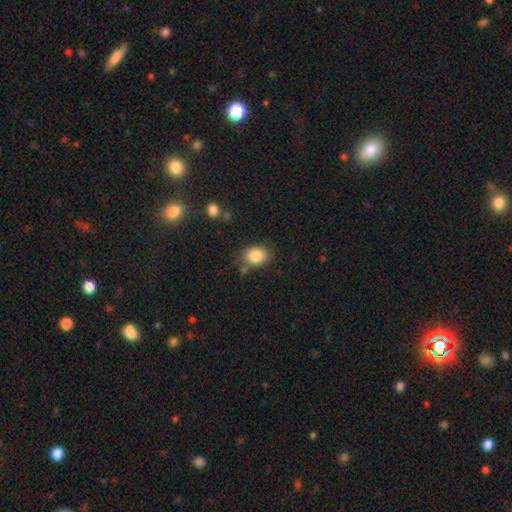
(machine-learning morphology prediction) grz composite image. It shows a smooth galaxy with no disk features (84%) that is in between round and cigar-shaped (52%). Merging: none (72%).